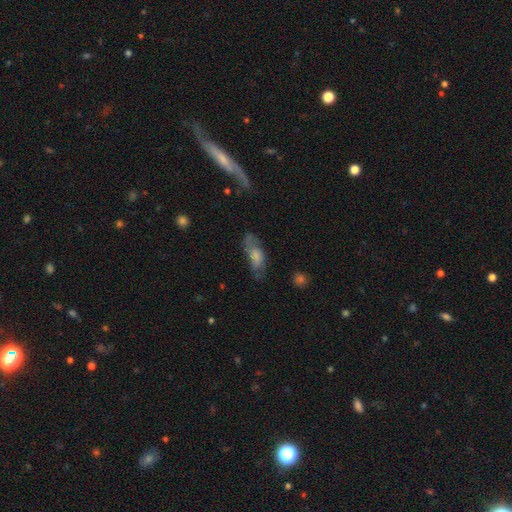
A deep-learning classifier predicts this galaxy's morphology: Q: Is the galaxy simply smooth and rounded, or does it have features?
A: smooth — 54%.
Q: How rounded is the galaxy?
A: in between — 73%.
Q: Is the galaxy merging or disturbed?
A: none — 54%.